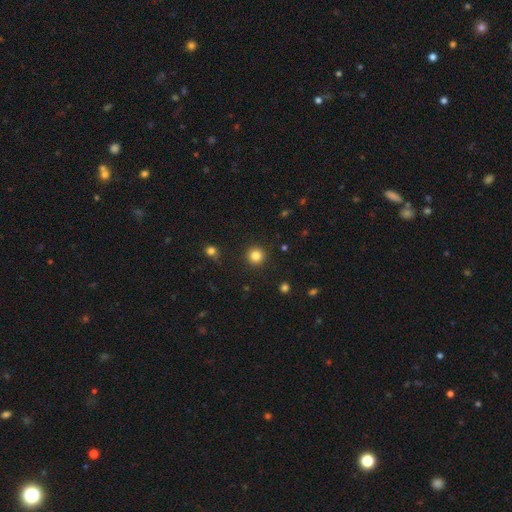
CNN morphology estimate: type=smooth (83%); roundness=round (95%); merging=none (92%).